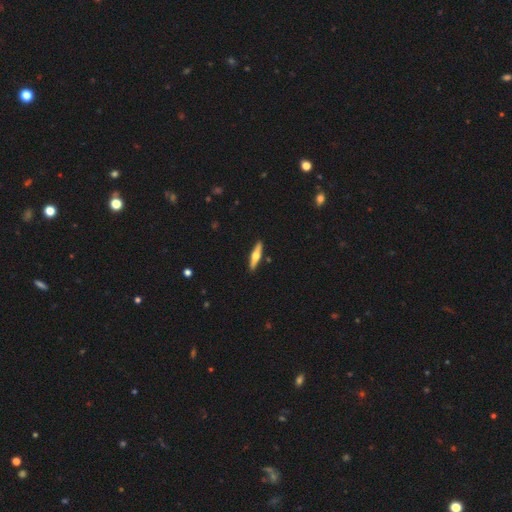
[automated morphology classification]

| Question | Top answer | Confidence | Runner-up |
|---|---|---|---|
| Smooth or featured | featured or disk | 55% | smooth (40%) |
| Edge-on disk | yes | 95% | no (5%) |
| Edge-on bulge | rounded | 92% | boxy (4%) |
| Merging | none | 90% | minor disturbance (7%) |